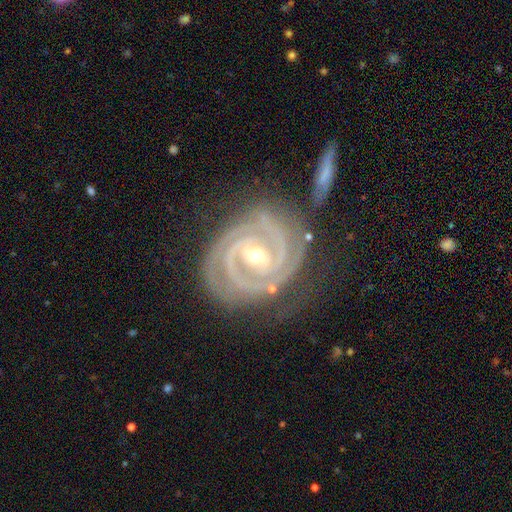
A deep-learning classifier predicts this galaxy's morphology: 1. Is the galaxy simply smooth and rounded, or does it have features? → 93% featured or disk, 5% star or artifact, 3% smooth.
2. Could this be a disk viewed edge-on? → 97% no, 3% yes.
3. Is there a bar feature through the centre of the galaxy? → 39% strong, 38% weak, 24% no.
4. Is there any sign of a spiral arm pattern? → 99% yes, 1% no.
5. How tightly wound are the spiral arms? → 83% tight, 15% medium, 2% loose.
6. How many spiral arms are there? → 61% 2, 21% 3, 6% can't tell, 5% 4, 3% more than 4, 3% 1.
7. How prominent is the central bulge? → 53% small, 44% moderate, 1% large, 1% none, 1% dominant.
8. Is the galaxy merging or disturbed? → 71% none, 17% minor disturbance, 6% major disturbance, 6% merger.